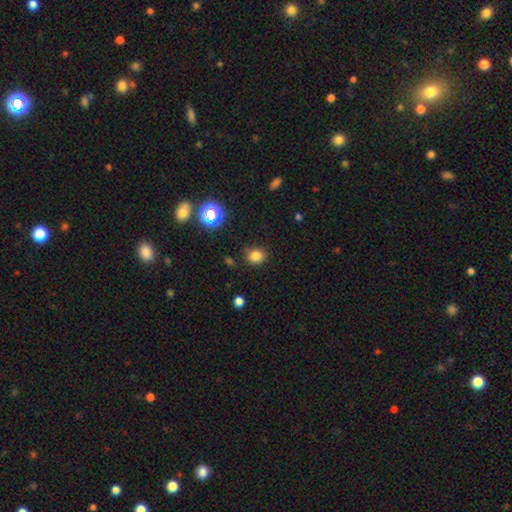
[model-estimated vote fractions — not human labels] Overall: smooth (79%). How rounded: round (72%). Merging: none (85%).